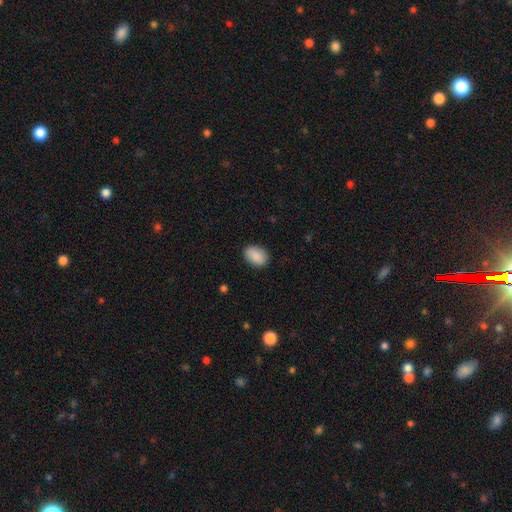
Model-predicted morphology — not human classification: Smooth or featured? Predicted: smooth (p=0.89). How rounded? Predicted: in between (p=0.79). Merging? Predicted: none (p=0.86).